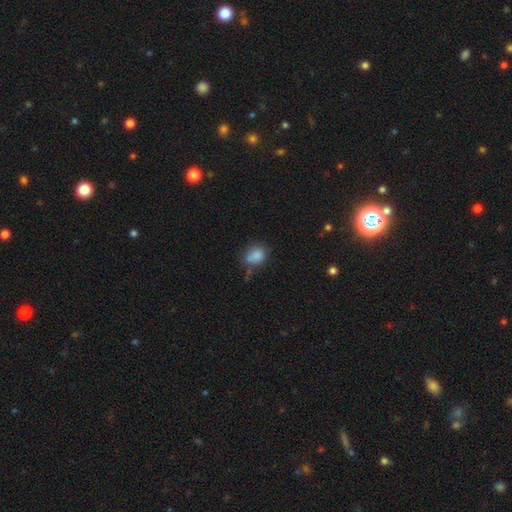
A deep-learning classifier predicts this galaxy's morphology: This appears to be a smooth galaxy with no disk features (82%) that is round (54%). Merging: none (51%).